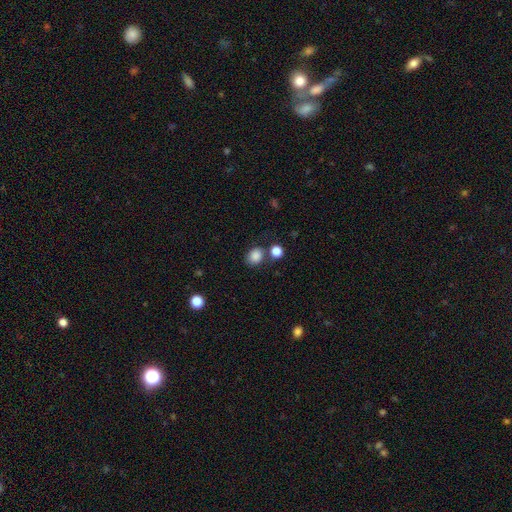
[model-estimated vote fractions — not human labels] A smooth galaxy with no disk features (85%) that is round (59%). Merging: none (67%).